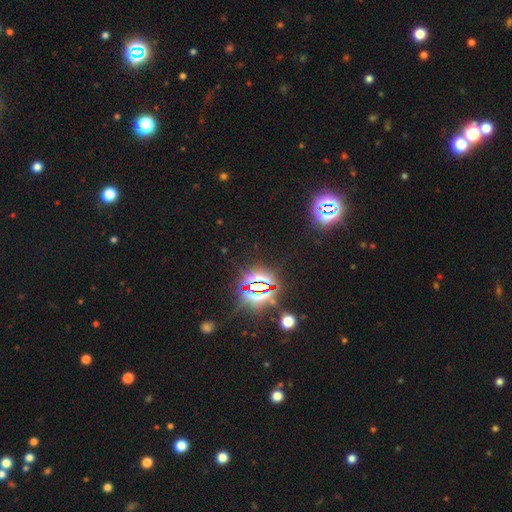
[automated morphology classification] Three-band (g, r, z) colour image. It shows a star or artifact, not a galaxy (83%).